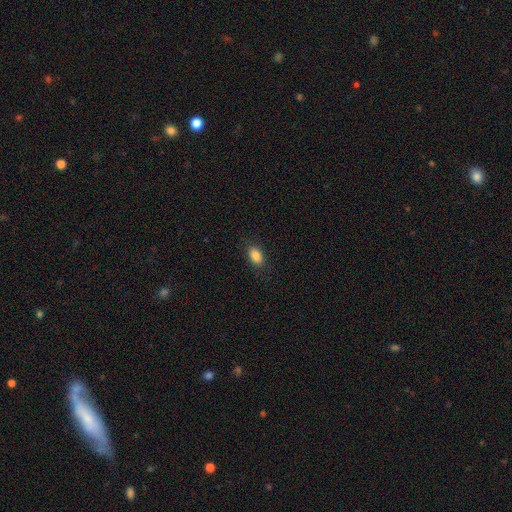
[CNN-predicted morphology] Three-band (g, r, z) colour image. It shows a smooth galaxy with no disk features (86%) that is in between round and cigar-shaped (90%). Merging: none (86%).